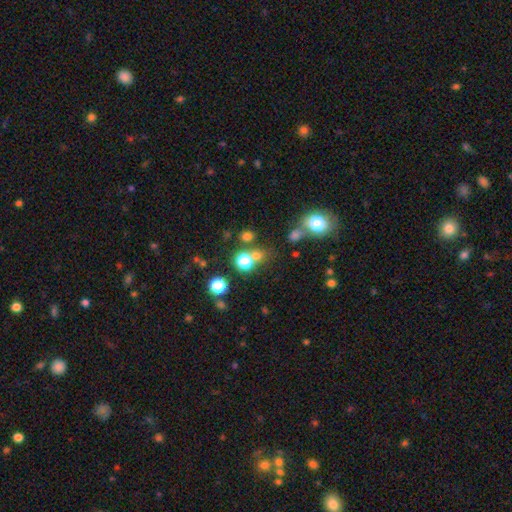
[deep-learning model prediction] Overall: smooth (63%; star or artifact 28%). How rounded: round (82%). Merging: none (62%; merger 24%).